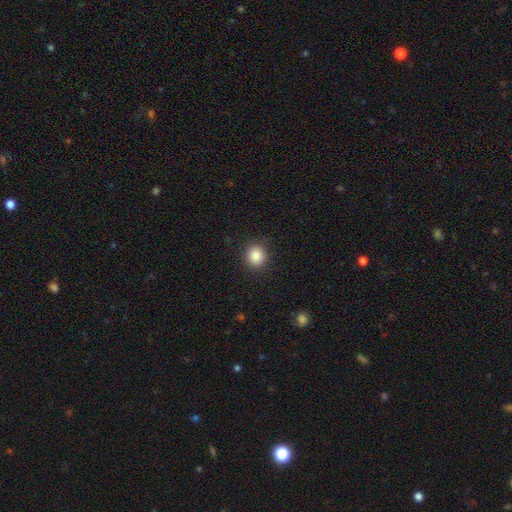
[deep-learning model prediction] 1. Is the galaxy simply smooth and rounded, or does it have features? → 86% smooth, 10% star or artifact, 4% featured or disk.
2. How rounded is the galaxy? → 84% round, 15% in between, 1% cigar-shaped.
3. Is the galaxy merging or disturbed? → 90% none, 7% minor disturbance, 2% major disturbance, 1% merger.